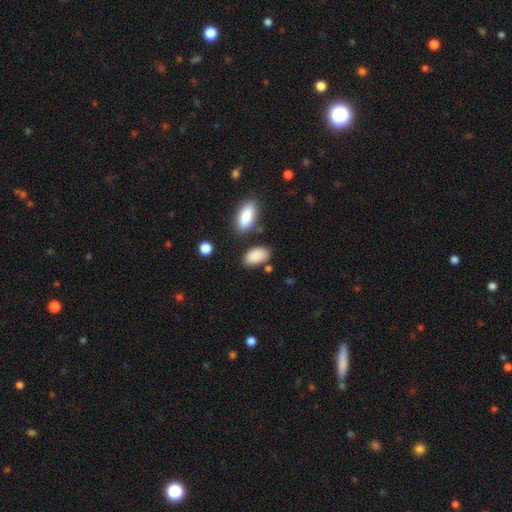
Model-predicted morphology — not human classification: smooth-or-featured: smooth: 89% | star or artifact: 7% | featured or disk: 4%
  how-rounded: in between: 93% | round: 5% | cigar-shaped: 2%
  merging: none: 72% | minor disturbance: 16% | merger: 8% | major disturbance: 4%